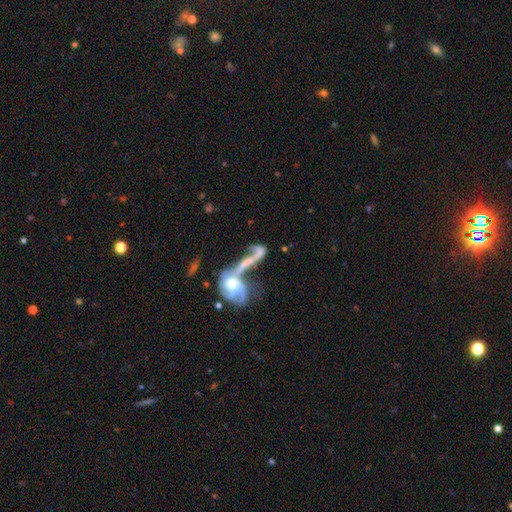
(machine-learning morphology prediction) Overall: featured or disk (67%). Edge-on disk: no (91%). Bar: no (62%; weak 26%). Spiral arms: yes (70%). Bulge size: moderate (49%; small 30%). Merging: merger (64%).